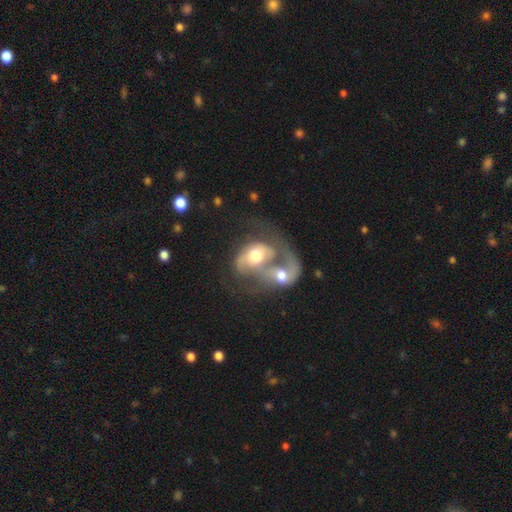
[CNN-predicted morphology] This is likely a featured or disk galaxy (63%). It is clearly not viewed edge-on (96%). Bar: likely no (70%). Spiral arm pattern: likely yes (67%). Central bulge: likely moderate (66%). Merging: clearly merger (80%).